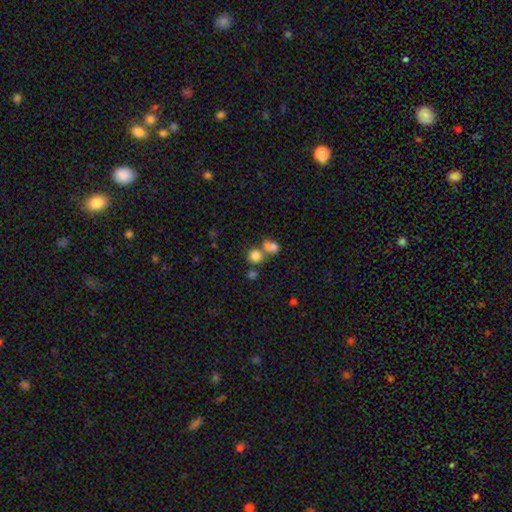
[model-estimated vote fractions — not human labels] smooth 79%, star or artifact 13%, featured or disk 8%. Down the decision tree: how rounded — round (86%); merging — none (49%).